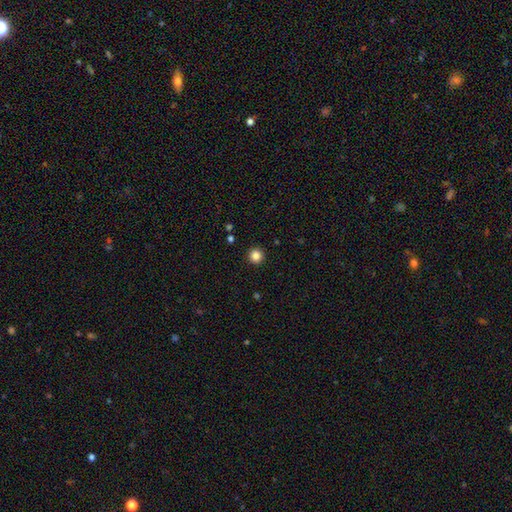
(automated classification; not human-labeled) Smooth or featured? Predicted: smooth (p=0.85). How rounded? Predicted: round (p=0.96). Merging? Predicted: none (p=0.93).